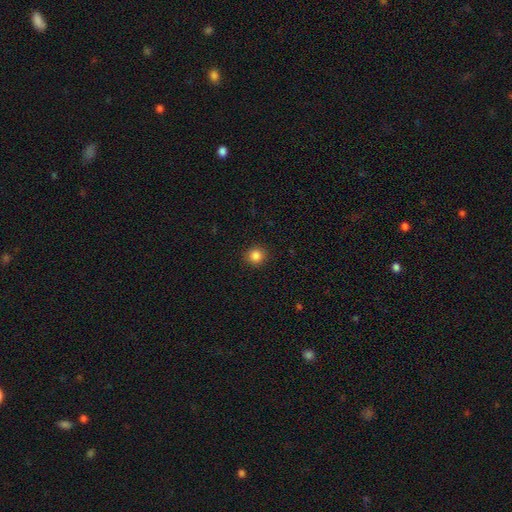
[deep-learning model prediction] Smooth or featured? Predicted: smooth (p=0.85). How rounded? Predicted: round (p=0.91). Merging? Predicted: none (p=0.91).